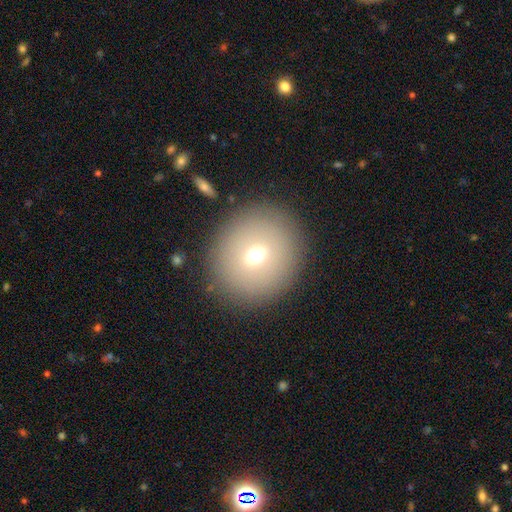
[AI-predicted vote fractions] smooth_or_featured: smooth (p=0.65) [alt: featured or disk p=0.21]
how_rounded: round (p=0.88) [alt: in between p=0.11]
merging: none (p=0.87) [alt: minor disturbance p=0.07]